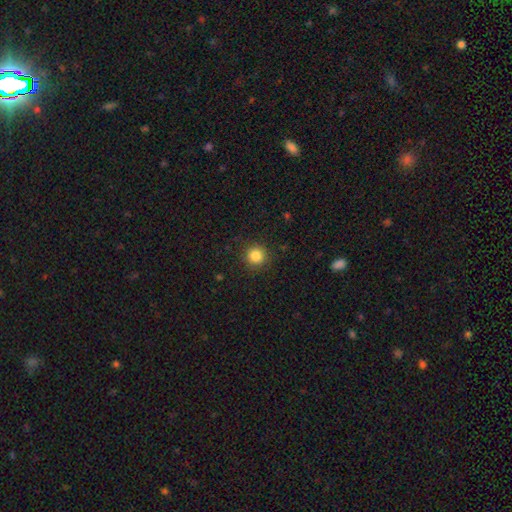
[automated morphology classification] smooth_or_featured: smooth (p=0.85) [alt: star or artifact p=0.11]
how_rounded: round (p=0.94) [alt: in between p=0.05]
merging: none (p=0.90) [alt: minor disturbance p=0.06]